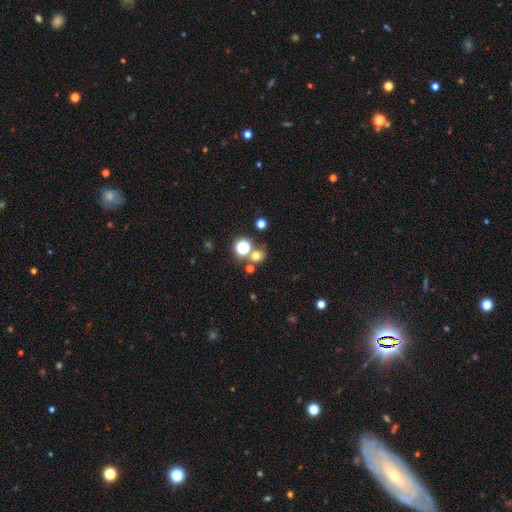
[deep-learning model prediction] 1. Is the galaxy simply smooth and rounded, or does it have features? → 62% smooth, 28% star or artifact, 9% featured or disk.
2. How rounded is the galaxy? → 75% round, 23% in between, 1% cigar-shaped.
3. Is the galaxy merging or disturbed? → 67% none, 20% merger, 9% minor disturbance, 4% major disturbance.